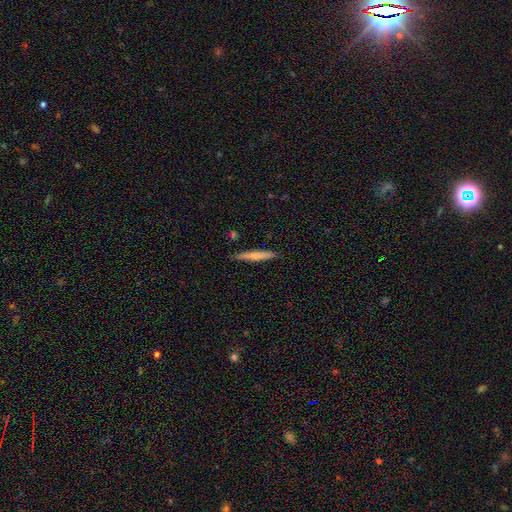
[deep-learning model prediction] This is likely a smooth galaxy (63%). How rounded: clearly cigar-shaped (95%). Merging: clearly none (88%).